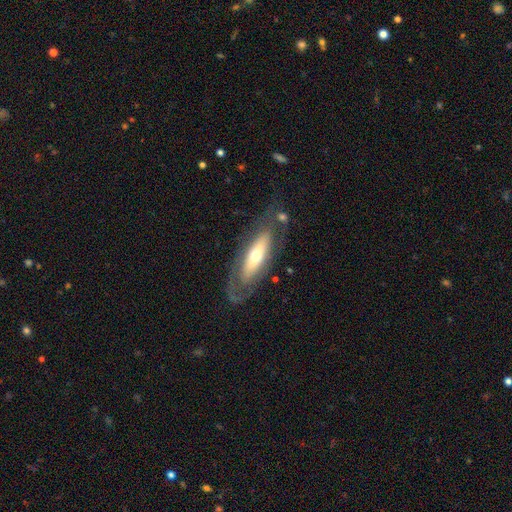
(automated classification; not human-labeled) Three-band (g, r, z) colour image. It shows a featured or disk galaxy (59%). Merging: none (65%).